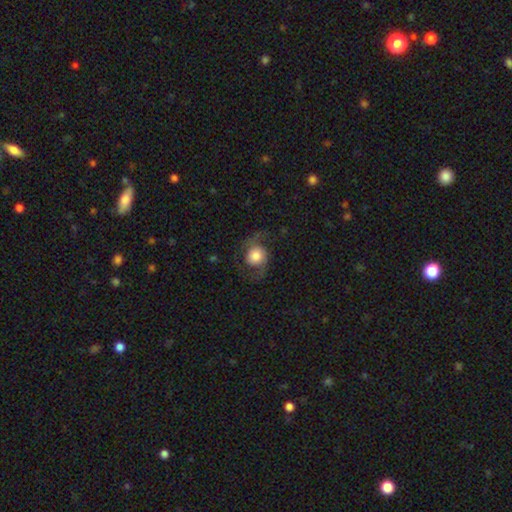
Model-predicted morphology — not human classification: Smooth or featured?
  - featured or disk: 59% *
  - smooth: 33%
  - star or artifact: 8%
Edge-on disk?
  - no: 96% *
  - yes: 4%
Bar?
  - no: 76% *
  - weak: 19%
  - strong: 4%
Spiral arms?
  - yes: 89% *
  - no: 11%
Spiral winding?
  - loose: 48% *
  - medium: 41%
  - tight: 11%
Spiral arm count?
  - 2: 91% *
  - can't tell: 3%
  - 1: 3%
  - 3: 1%
  - 4: 1%
  - more than 4: 1%
Bulge size?
  - large: 44% *
  - moderate: 30%
  - dominant: 16%
  - small: 8%
  - none: 3%
Merging?
  - none: 67% *
  - minor disturbance: 17%
  - major disturbance: 15%
  - merger: 1%